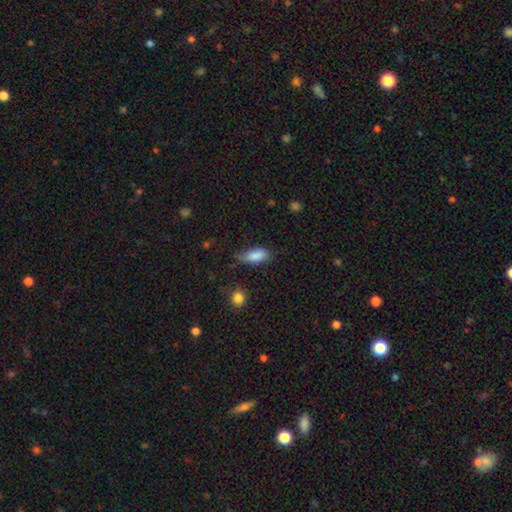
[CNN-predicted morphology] A smooth galaxy with no disk features (84%) that is in between round and cigar-shaped (84%). Merging: none (55%).